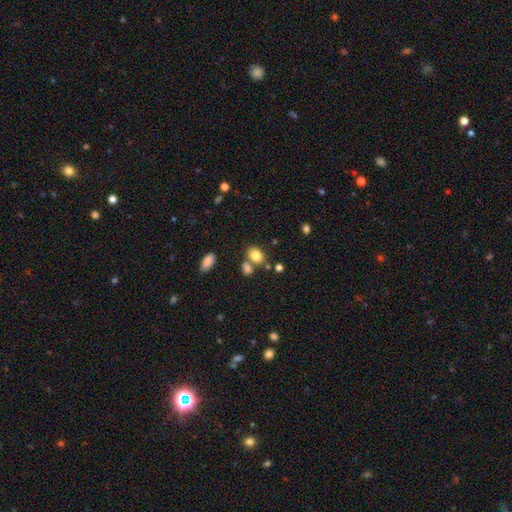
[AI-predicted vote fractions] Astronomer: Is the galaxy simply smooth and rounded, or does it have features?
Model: smooth — 82%.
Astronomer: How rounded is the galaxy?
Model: in between — 70%.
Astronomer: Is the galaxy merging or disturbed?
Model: none — 60%.